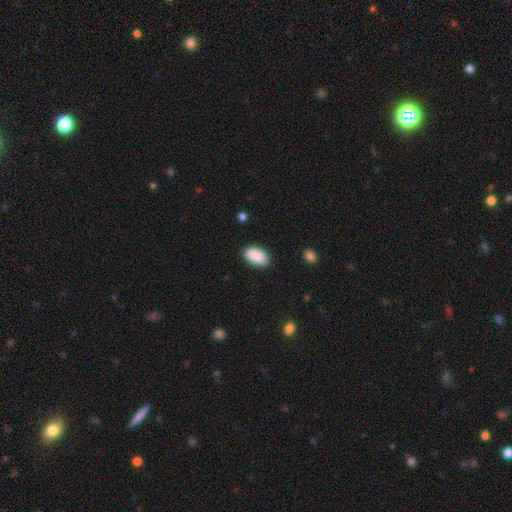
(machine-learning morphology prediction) This is clearly a smooth galaxy (90%). How rounded: clearly in between (94%). Merging: clearly none (85%).